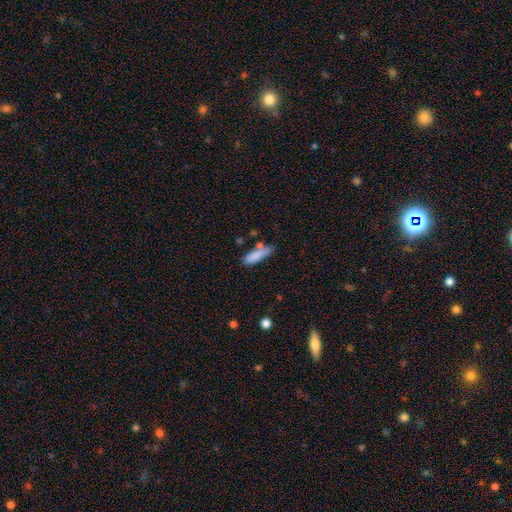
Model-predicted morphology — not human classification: This appears to be a smooth galaxy with no disk features (82%) that is cigar-shaped (58%). Merging: none (61%).